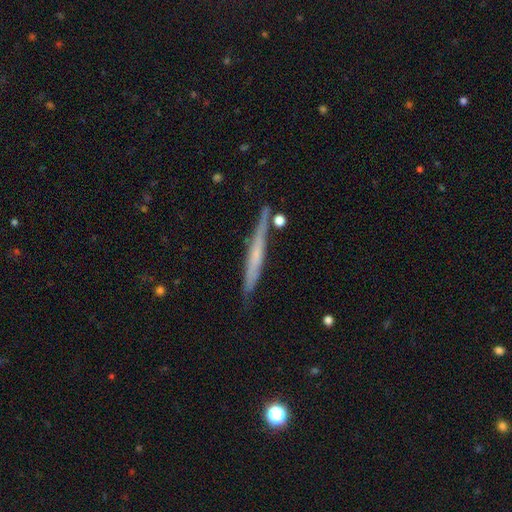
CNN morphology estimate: Overall: featured or disk (54%; smooth 39%). Edge-on disk: yes (95%). Edge-on bulge: none (70%). Merging: none (82%).